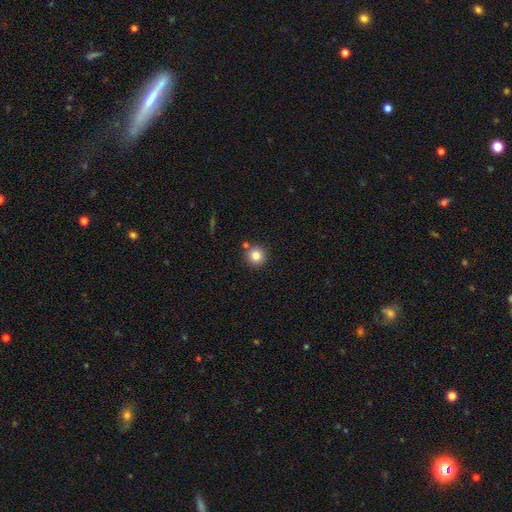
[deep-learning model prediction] Smooth or featured: smooth — 82% (star or artifact — 11%)
How rounded: round — 94% (in between — 5%)
Merging: none — 82% (merger — 8%)